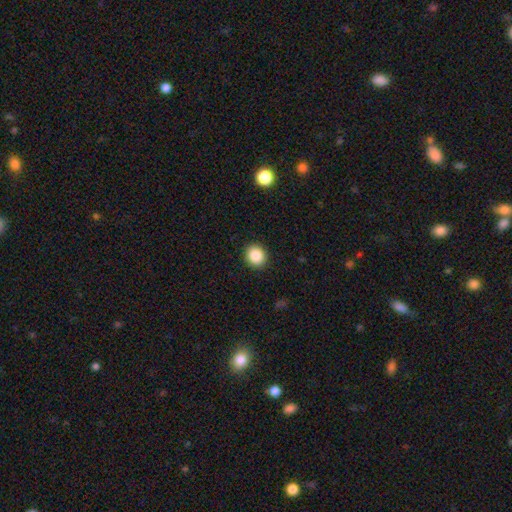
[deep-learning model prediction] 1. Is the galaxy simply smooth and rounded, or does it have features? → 87% smooth, 9% star or artifact, 4% featured or disk.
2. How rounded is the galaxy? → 84% round, 15% in between, 1% cigar-shaped.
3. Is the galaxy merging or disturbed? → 92% none, 6% minor disturbance, 2% major disturbance, 1% merger.